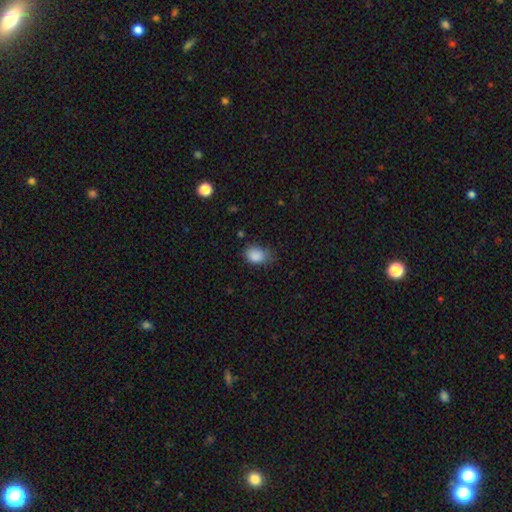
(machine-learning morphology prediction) smooth_or_featured: smooth (p=0.87) [alt: star or artifact p=0.09]
how_rounded: in between (p=0.69) [alt: round p=0.29]
merging: none (p=0.58) [alt: minor disturbance p=0.32]